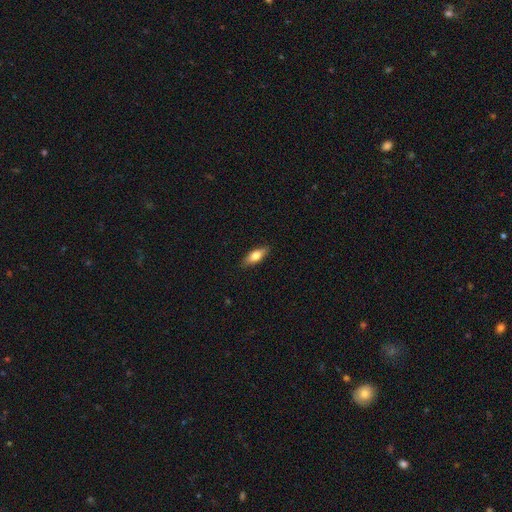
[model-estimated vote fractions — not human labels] A smooth galaxy with no disk features (71%) that is in between round and cigar-shaped (67%).

Vote fractions:
- Smooth or featured? smooth: 71% / featured or disk: 23% / star or artifact: 6%
- How rounded? in between: 67% / cigar-shaped: 31% / round: 3%
- Merging? none: 87% / minor disturbance: 10% / major disturbance: 2% / merger: 1%